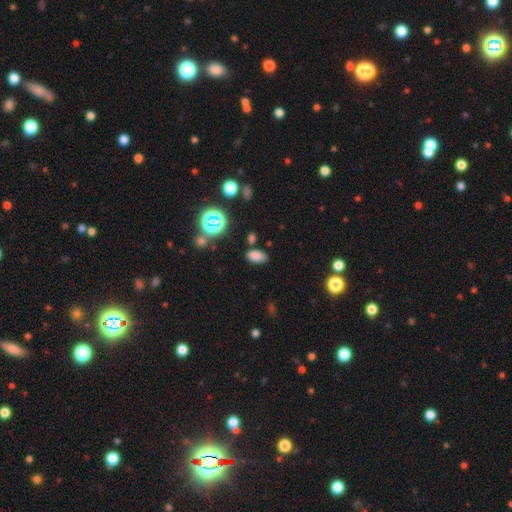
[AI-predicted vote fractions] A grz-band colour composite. It shows a smooth galaxy with no disk features (76%) that is in between round and cigar-shaped (91%). Merging: none (79%).